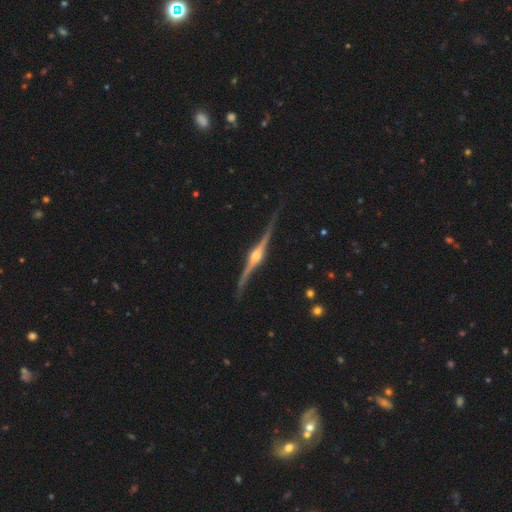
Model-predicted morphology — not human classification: Smooth or featured: featured or disk — 91% (smooth — 5%)
Edge-on disk: yes — 97% (no — 3%)
Edge-on bulge: rounded — 95% (boxy — 3%)
Merging: none — 81% (minor disturbance — 14%)